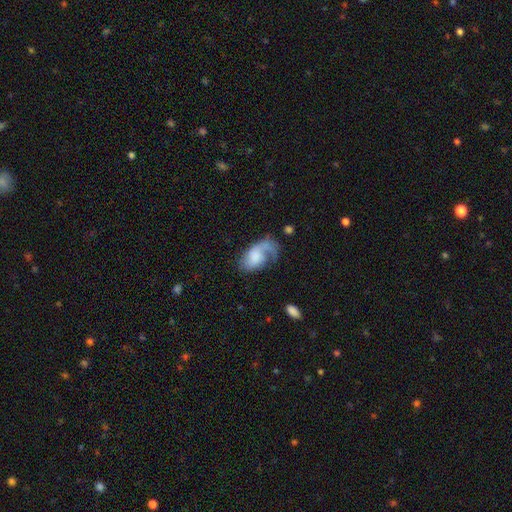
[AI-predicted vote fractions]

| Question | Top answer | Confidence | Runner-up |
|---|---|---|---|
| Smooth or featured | featured or disk | 55% | smooth (38%) |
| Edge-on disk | no | 97% | yes (3%) |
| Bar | no | 69% | weak (26%) |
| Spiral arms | yes | 83% | no (17%) |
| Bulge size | none | 28% | moderate (24%) |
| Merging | major disturbance | 40% | none (32%) |